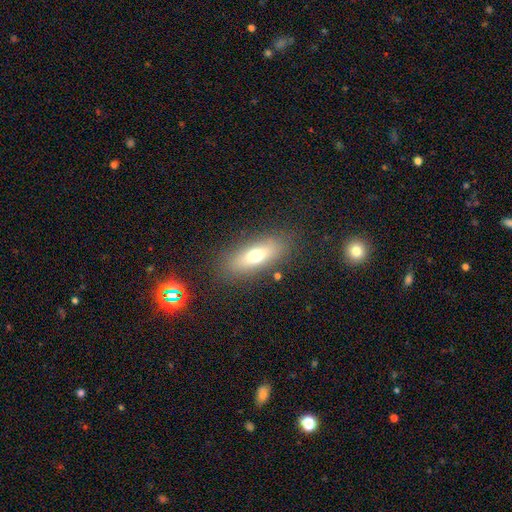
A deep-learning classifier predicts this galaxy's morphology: smooth-or-featured: smooth: 66% | featured or disk: 24% | star or artifact: 10%
  how-rounded: in between: 63% | cigar-shaped: 32% | round: 5%
  merging: none: 84% | minor disturbance: 10% | major disturbance: 4% | merger: 2%